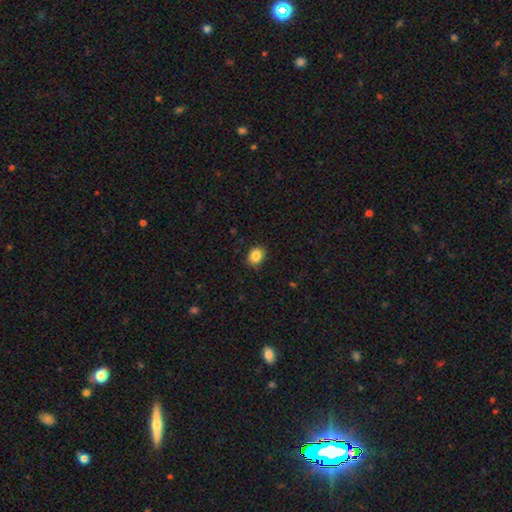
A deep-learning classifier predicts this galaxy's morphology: type=smooth (87%); roundness=in between (50%); merging=none (89%).